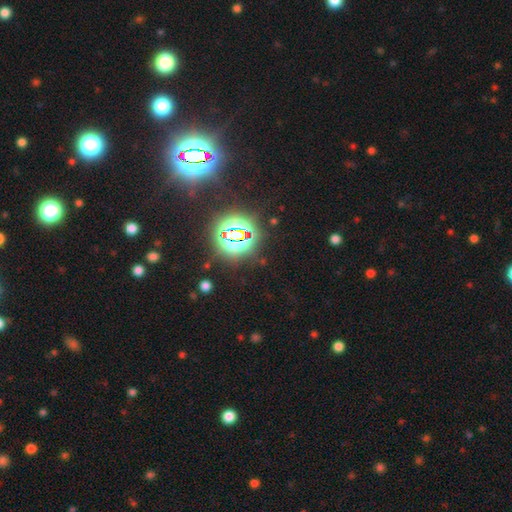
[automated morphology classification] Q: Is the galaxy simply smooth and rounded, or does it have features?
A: star or artifact — 80%.